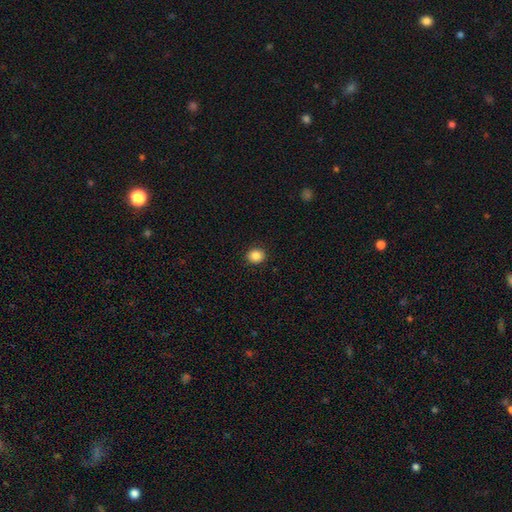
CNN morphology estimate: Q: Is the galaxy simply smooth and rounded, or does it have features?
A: smooth — 86%.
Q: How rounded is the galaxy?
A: round — 79%.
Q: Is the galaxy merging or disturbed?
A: none — 92%.